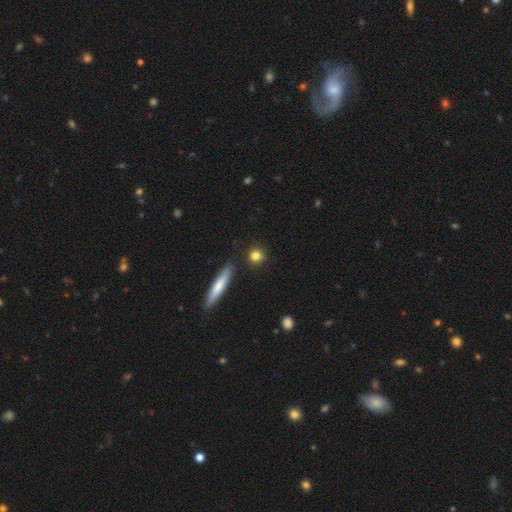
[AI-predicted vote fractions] A smooth galaxy with no disk features (82%) that is round (81%). Merging: none (87%).